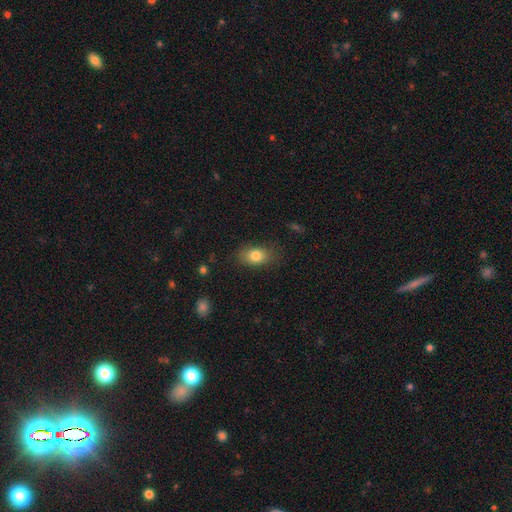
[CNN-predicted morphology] This is clearly a smooth galaxy (81%). How rounded: clearly in between (81%). Merging: likely none (80%).